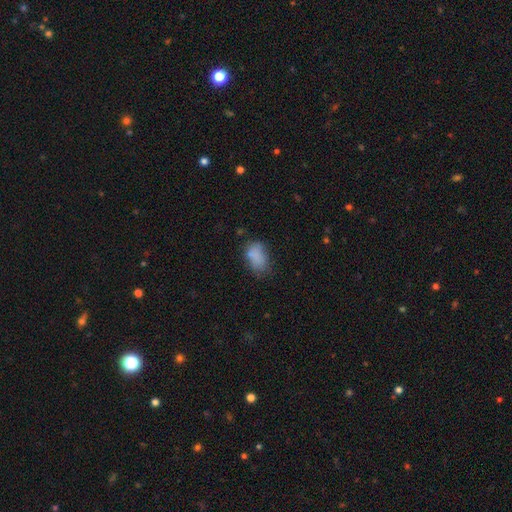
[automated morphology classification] This is likely a smooth galaxy (79%). How rounded: clearly in between (86%). Merging: possibly none (53%).